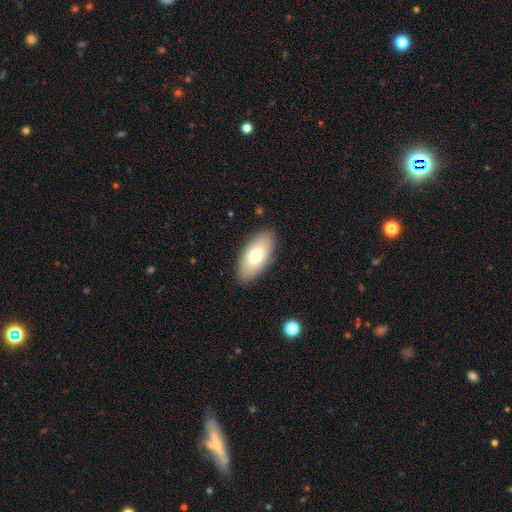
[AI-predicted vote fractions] Smooth or featured?
  - smooth: 72% *
  - featured or disk: 21%
  - star or artifact: 7%
How rounded?
  - in between: 91% *
  - cigar-shaped: 6%
  - round: 3%
Merging?
  - none: 87% *
  - minor disturbance: 9%
  - major disturbance: 2%
  - merger: 1%